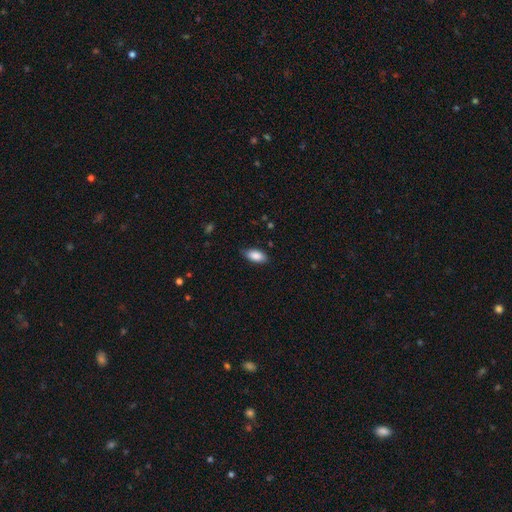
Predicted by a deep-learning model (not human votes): The model was most divided on "merging": none: 81%, minor disturbance: 15%, major disturbance: 3%, merger: 1%. More confident: how rounded — in between (91%); smooth or featured — smooth (87%).